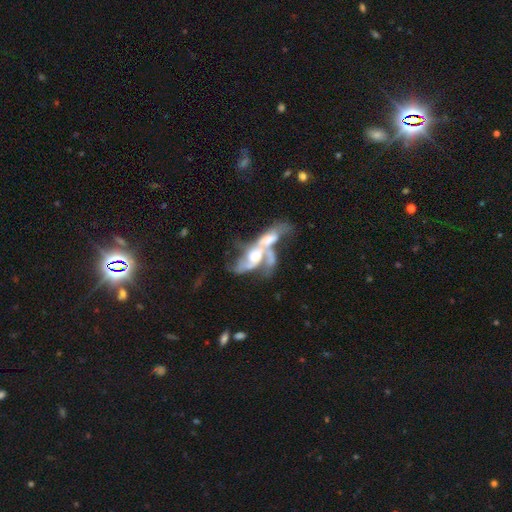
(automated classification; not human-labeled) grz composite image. It shows a featured or disk galaxy (77%) with no bar (63%), 2 (61%) loose (52%) spiral arms (78%) and a moderate central bulge (51%). Merging: merger (70%).